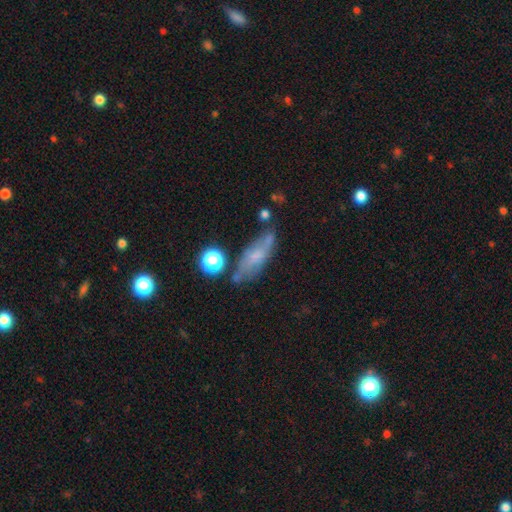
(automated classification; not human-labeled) A smooth galaxy with no disk features (46%). Merging: none (58%).